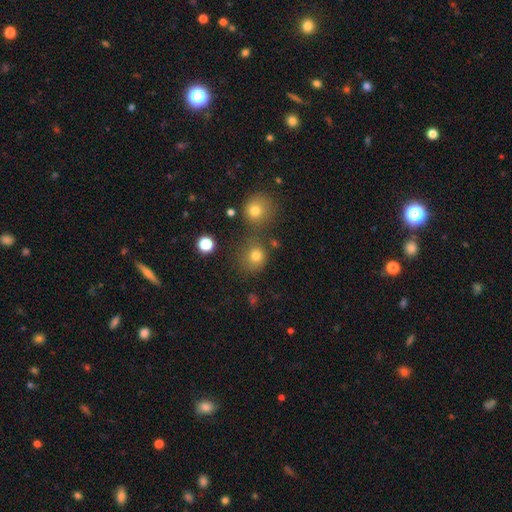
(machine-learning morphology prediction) Overall: smooth (77%). How rounded: round (86%). Merging: none (65%).